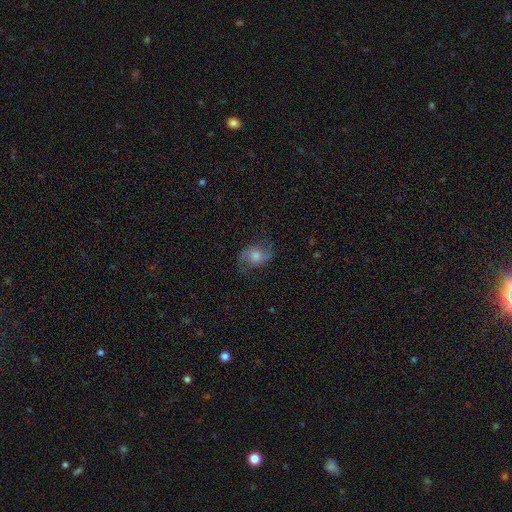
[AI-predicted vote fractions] This appears to be a featured or disk galaxy (68%) with no bar (57%), 2 (90%) loose (53%) spiral arms (93%) and a moderate central bulge (53%). Merging: none (74%).